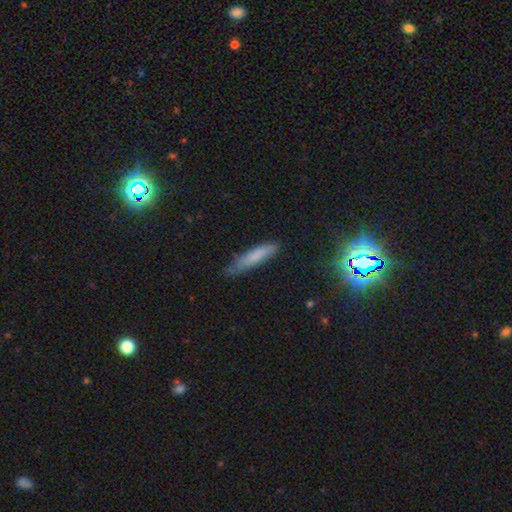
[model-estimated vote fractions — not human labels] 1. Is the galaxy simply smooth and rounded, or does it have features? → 72% smooth, 18% featured or disk, 11% star or artifact.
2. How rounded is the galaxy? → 87% cigar-shaped, 12% in between, 2% round.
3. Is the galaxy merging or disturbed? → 70% none, 24% minor disturbance, 5% major disturbance, 2% merger.